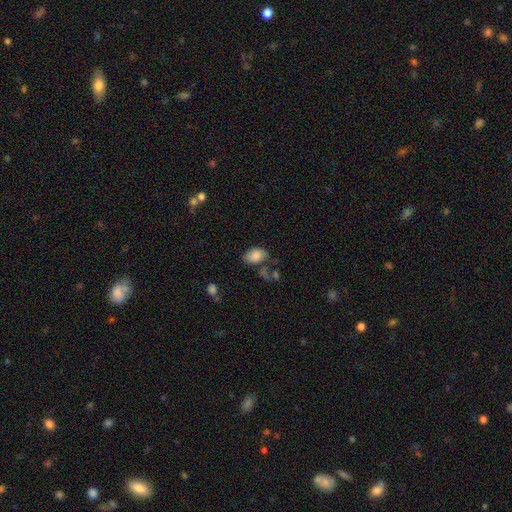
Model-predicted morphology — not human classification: smooth_or_featured: smooth (p=0.83) [alt: featured or disk p=0.08]
how_rounded: in between (p=0.90) [alt: round p=0.09]
merging: none (p=0.54) [alt: minor disturbance p=0.25]